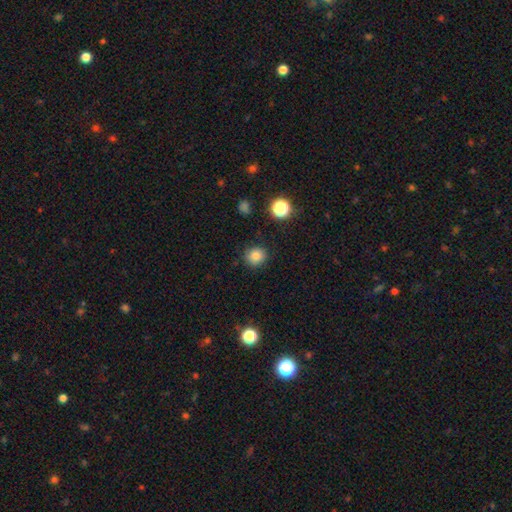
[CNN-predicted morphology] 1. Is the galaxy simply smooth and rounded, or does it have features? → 82% smooth, 13% star or artifact, 5% featured or disk.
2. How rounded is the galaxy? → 87% round, 12% in between, 1% cigar-shaped.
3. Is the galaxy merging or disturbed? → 87% none, 9% minor disturbance, 3% major disturbance, 2% merger.